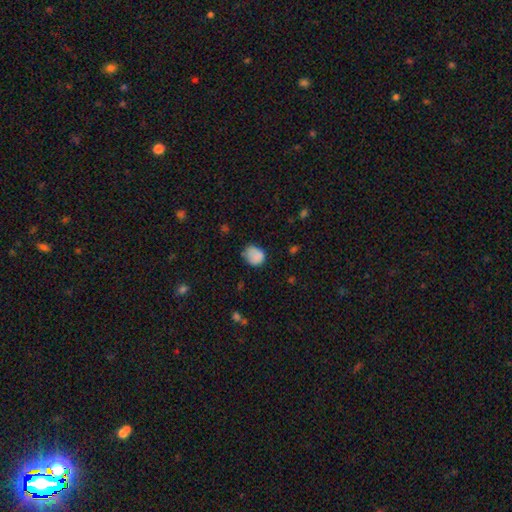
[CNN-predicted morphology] This appears to be a smooth galaxy with no disk features (83%) that is round (60%). Merging: none (58%).